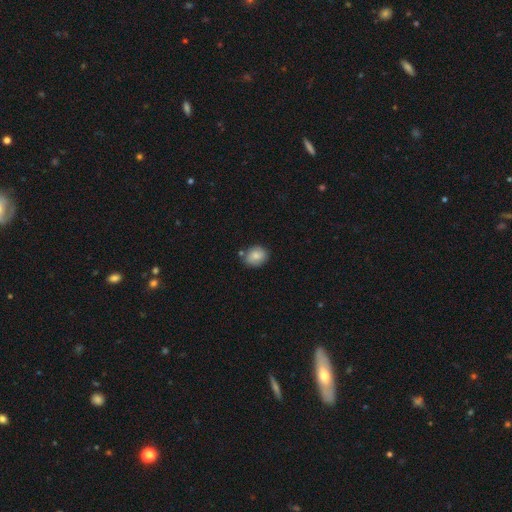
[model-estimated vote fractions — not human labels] Smooth or featured? smooth (82%)
How rounded? round (53%)
Merging? none (77%)